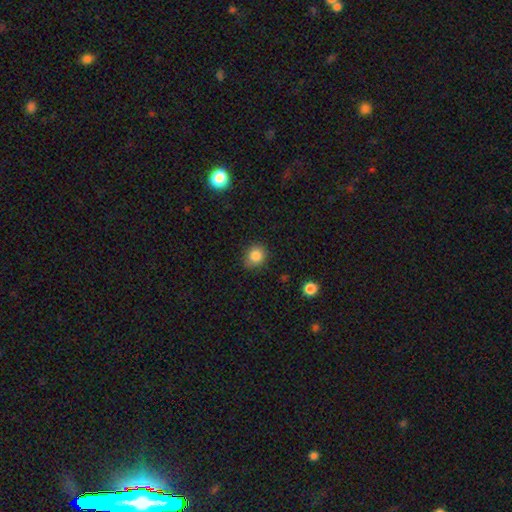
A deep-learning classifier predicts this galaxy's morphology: A smooth galaxy with no disk features (85%) that is round (80%). Merging: none (82%).